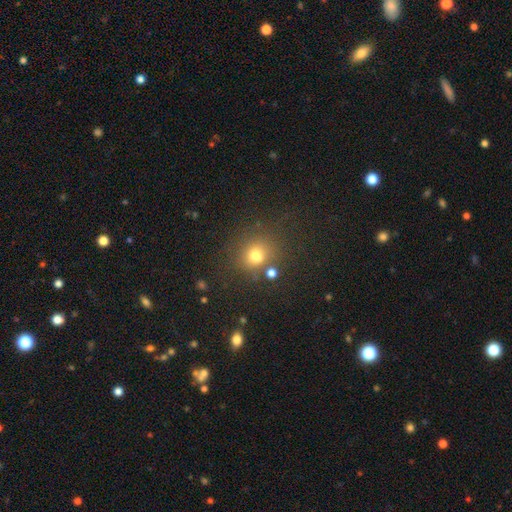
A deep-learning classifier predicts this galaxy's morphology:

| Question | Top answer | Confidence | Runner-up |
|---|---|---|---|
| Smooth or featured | smooth | 72% | star or artifact (18%) |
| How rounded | round | 75% | in between (24%) |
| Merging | none | 66% | merger (14%) |